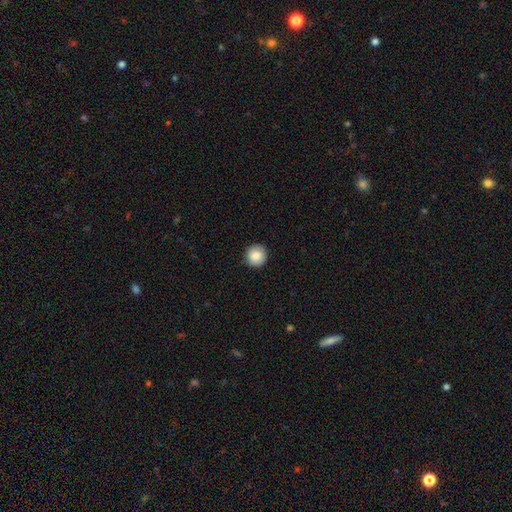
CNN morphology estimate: smooth 85%, star or artifact 8%, featured or disk 7%. Down the decision tree: how rounded — round (94%); merging — none (91%).